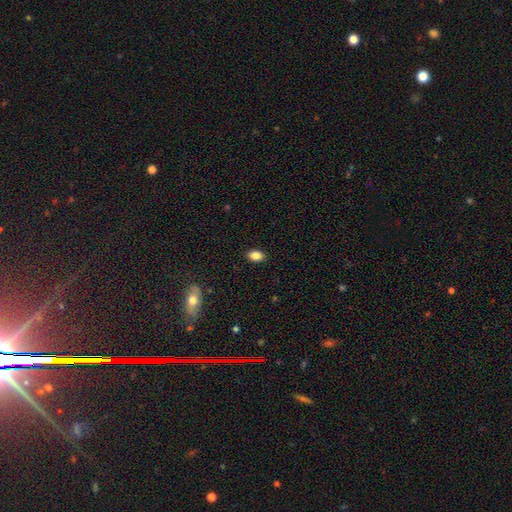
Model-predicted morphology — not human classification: smooth 84%, star or artifact 9%, featured or disk 7%. Down the decision tree: how rounded — in between (87%); merging — none (89%).